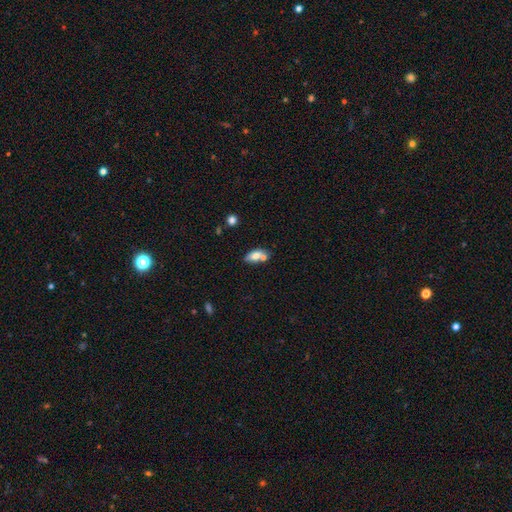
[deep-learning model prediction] Overall: smooth (71%). How rounded: in between (85%). Merging: none (51%; merger 30%).